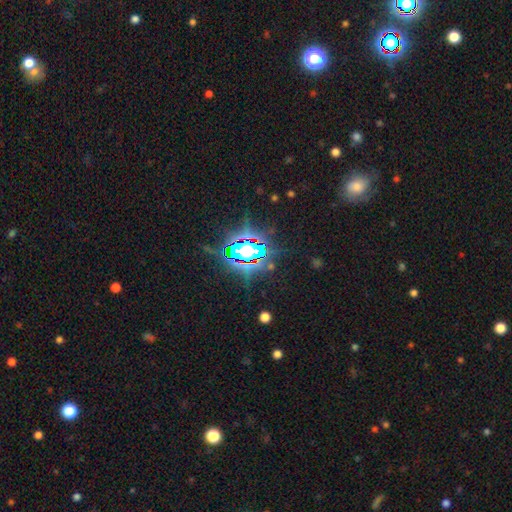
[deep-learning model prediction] This is clearly a star or artifact rather than a galaxy (82%).